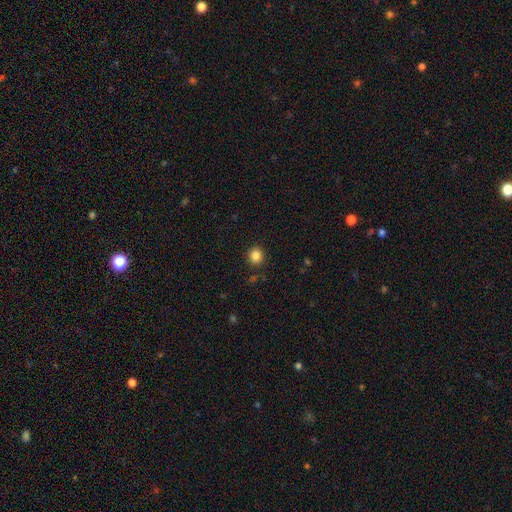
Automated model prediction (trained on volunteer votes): smooth_or_featured: smooth (p=0.85) [alt: star or artifact p=0.11]
how_rounded: round (p=0.87) [alt: in between p=0.12]
merging: none (p=0.89) [alt: minor disturbance p=0.07]